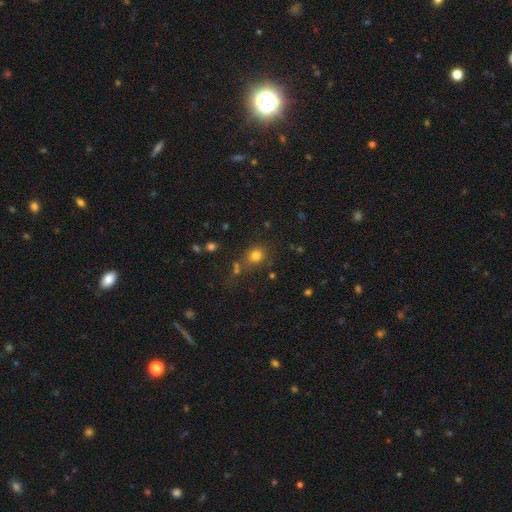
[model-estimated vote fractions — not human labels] The model was most divided on "how rounded": round: 72%, in between: 27%, cigar-shaped: 1%. More confident: smooth or featured — smooth (76%); merging — none (70%).